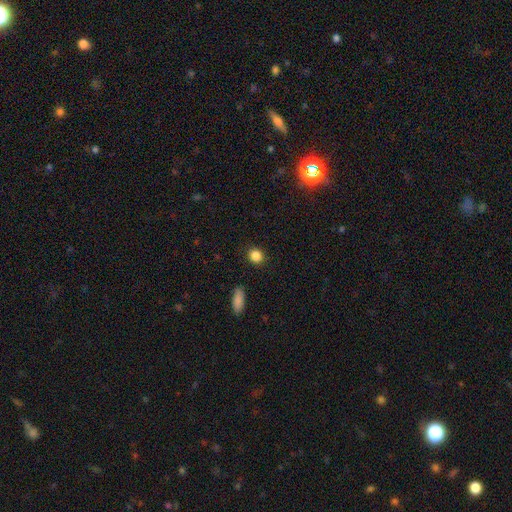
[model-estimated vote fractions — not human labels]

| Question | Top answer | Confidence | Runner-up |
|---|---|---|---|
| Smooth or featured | smooth | 85% | star or artifact (10%) |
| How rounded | round | 80% | in between (19%) |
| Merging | none | 90% | minor disturbance (7%) |